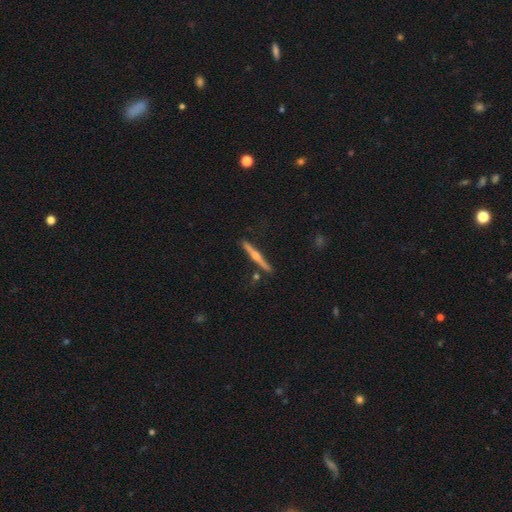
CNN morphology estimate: A featured or disk galaxy (68%) viewed edge-on (98%) with a rounded central bulge (85%). Merging: none (86%).